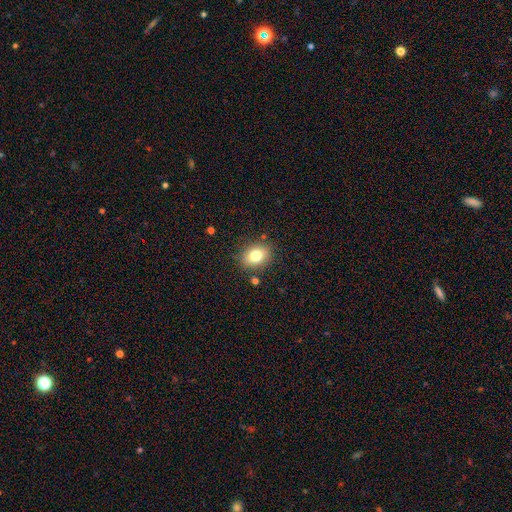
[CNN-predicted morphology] This appears to be a smooth galaxy with no disk features (80%) that is in between round and cigar-shaped (61%). Merging: none (84%).